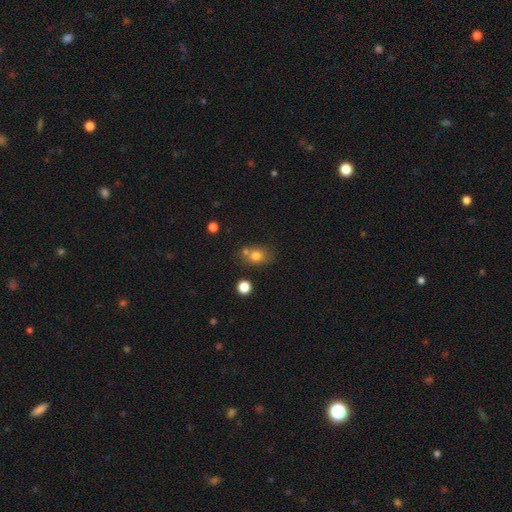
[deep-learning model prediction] Smooth or featured?
  - smooth: 77% *
  - star or artifact: 13%
  - featured or disk: 11%
How rounded?
  - round: 52% *
  - in between: 47%
  - cigar-shaped: 1%
Merging?
  - none: 57% *
  - merger: 24%
  - minor disturbance: 14%
  - major disturbance: 5%